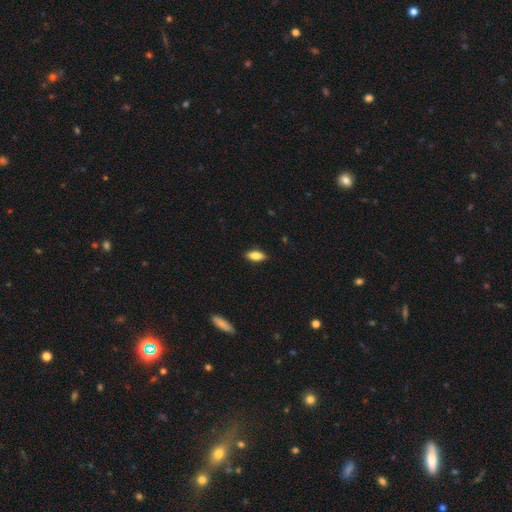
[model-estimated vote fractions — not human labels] smooth_or_featured: smooth (p=0.81) [alt: featured or disk p=0.12]
how_rounded: in between (p=0.83) [alt: cigar-shaped p=0.14]
merging: none (p=0.88) [alt: minor disturbance p=0.09]